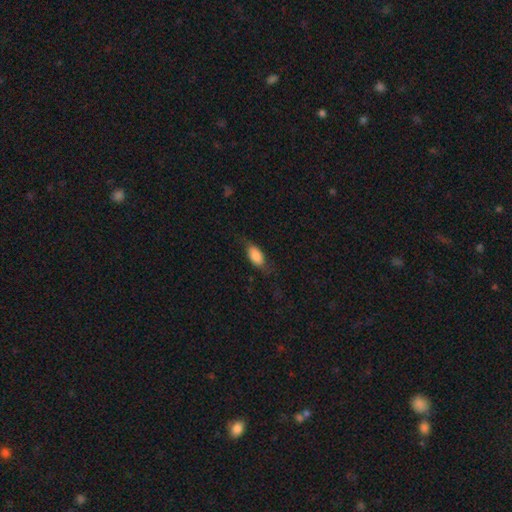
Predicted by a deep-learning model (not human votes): smooth-or-featured: smooth: 80% | featured or disk: 13% | star or artifact: 7%
  how-rounded: in between: 87% | cigar-shaped: 9% | round: 4%
  merging: none: 63% | minor disturbance: 24% | major disturbance: 12% | merger: 1%